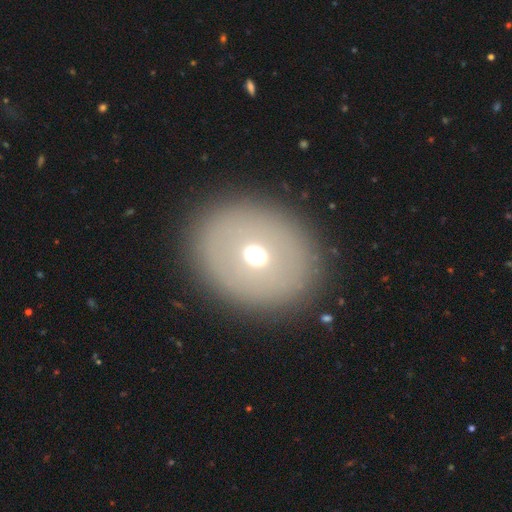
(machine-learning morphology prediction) Overall: smooth (58%; featured or disk 28%). How rounded: round (60%; in between 39%). Merging: none (85%).